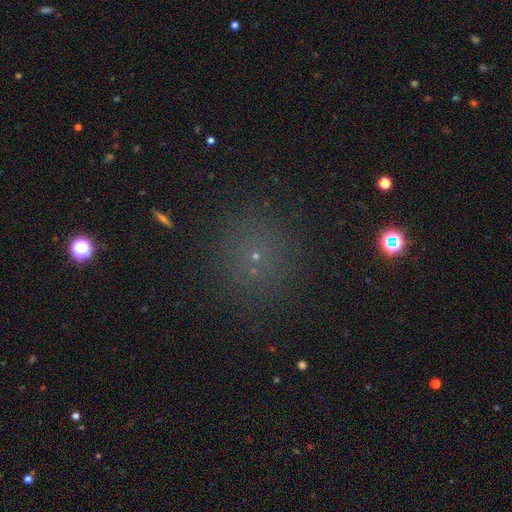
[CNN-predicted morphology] Smooth or featured? Predicted: smooth (p=0.54). How rounded? Predicted: round (p=0.92). Merging? Predicted: none (p=0.85).